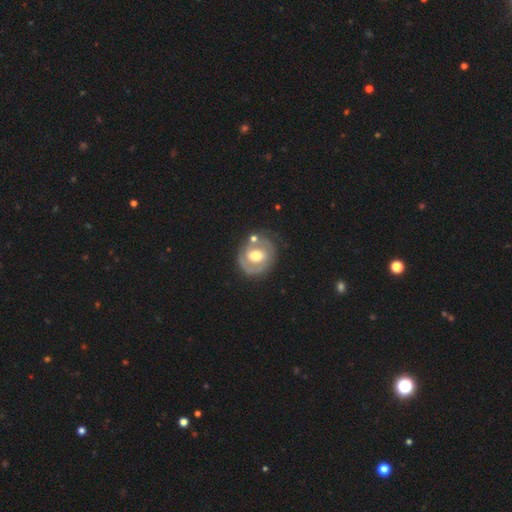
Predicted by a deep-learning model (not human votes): Q: Smooth or featured?
A: featured or disk (69%); runner-up: smooth (26%)
Q: Edge-on disk?
A: no (97%); runner-up: yes (3%)
Q: Bar?
A: no (46%); runner-up: weak (38%)
Q: Spiral arms?
A: yes (70%); runner-up: no (30%)
Q: Bulge size?
A: moderate (66%); runner-up: large (21%)
Q: Merging?
A: none (65%); runner-up: minor disturbance (18%)